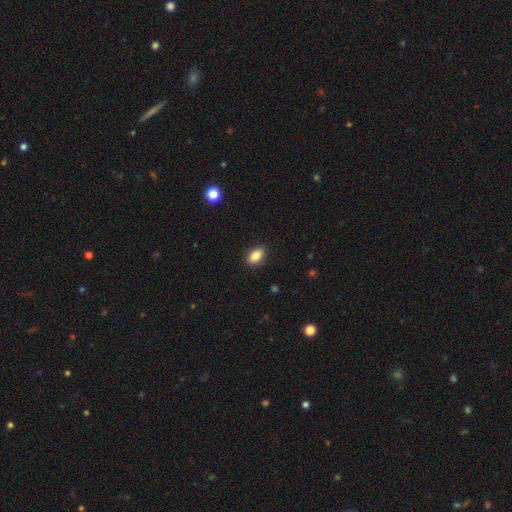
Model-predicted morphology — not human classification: smooth_or_featured: smooth (p=0.87) [alt: star or artifact p=0.08]
how_rounded: in between (p=0.87) [alt: round p=0.11]
merging: none (p=0.89) [alt: minor disturbance p=0.08]